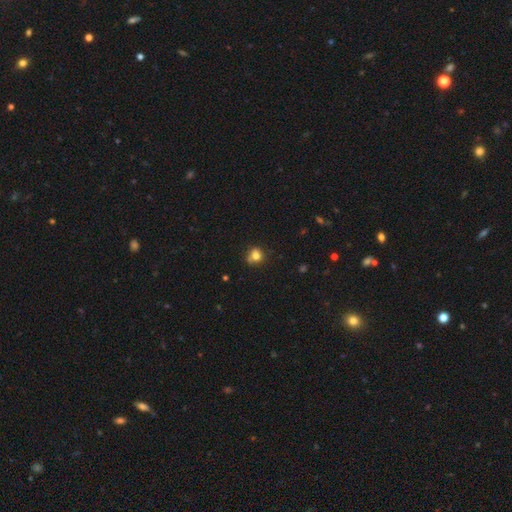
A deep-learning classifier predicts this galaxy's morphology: Overall: smooth (76%). How rounded: round (74%). Merging: none (60%; minor disturbance 23%).